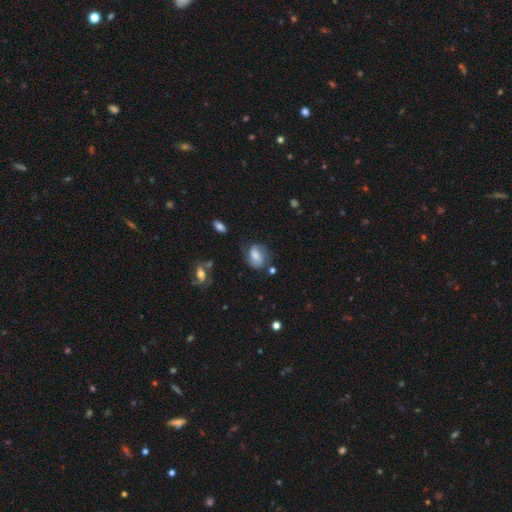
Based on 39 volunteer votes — Smooth or featured: smooth — 46% (featured or disk — 44%)
How rounded: in between — 83% (round — 11%)
Merging: none — 49% (minor disturbance — 26%)